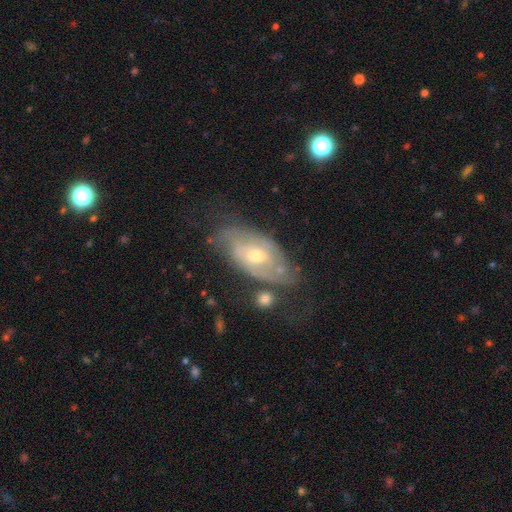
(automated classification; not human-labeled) This is likely a featured or disk galaxy (78%). It is clearly not viewed edge-on (92%). Bar: possibly no (50%). Spiral arm pattern: clearly yes (87%). Spiral arm count: marginally 2 (43%). Spiral winding: possibly tight (53%). Central bulge: possibly moderate (57%). Merging: possibly none (60%).